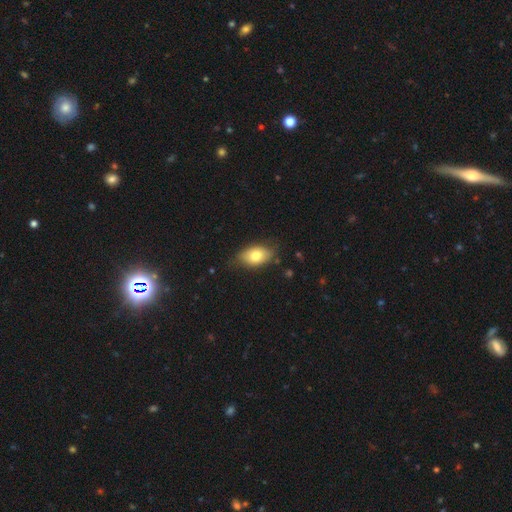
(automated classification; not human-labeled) smooth_or_featured: smooth (p=0.78) [alt: featured or disk p=0.15]
how_rounded: in between (p=0.89) [alt: round p=0.09]
merging: none (p=0.75) [alt: minor disturbance p=0.20]